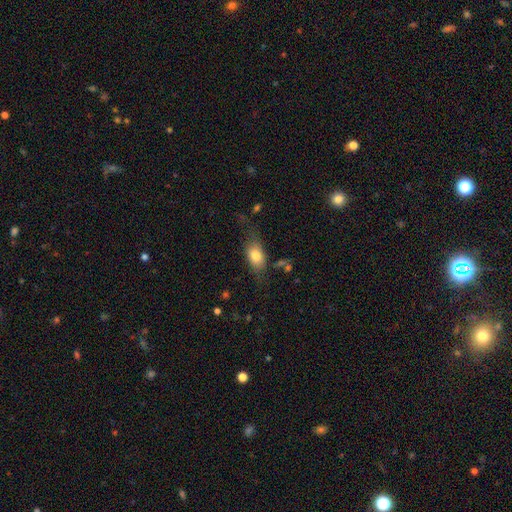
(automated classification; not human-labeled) Smooth or featured? smooth (75%)
How rounded? in between (81%)
Merging? none (53%)